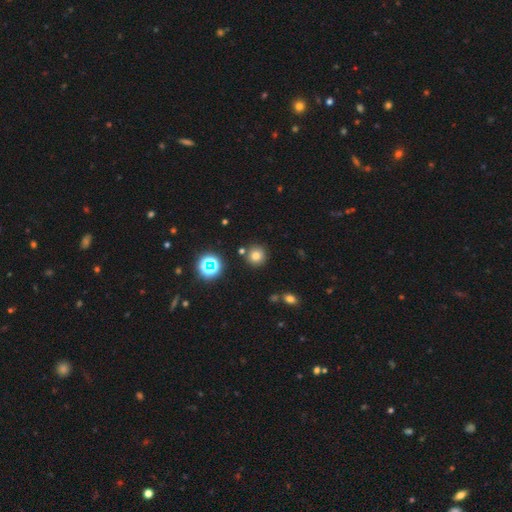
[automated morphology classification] Q: Smooth or featured?
A: smooth (74%); runner-up: star or artifact (18%)
Q: How rounded?
A: round (94%); runner-up: in between (5%)
Q: Merging?
A: none (84%); runner-up: minor disturbance (8%)